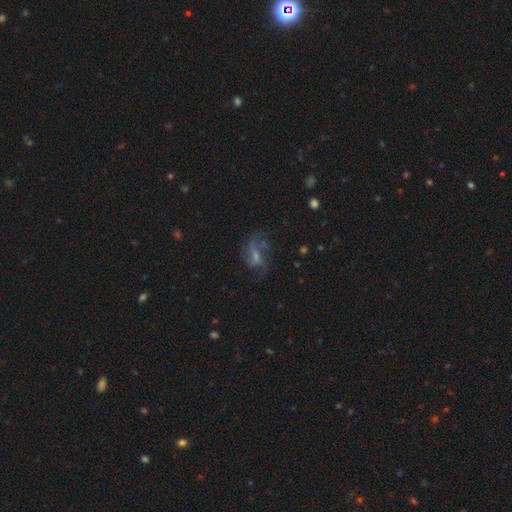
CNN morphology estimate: This appears to be a featured or disk galaxy (61%) with a weak bar (47%), spiral arms (81%) and a small central bulge (45%). Merging: none (58%).